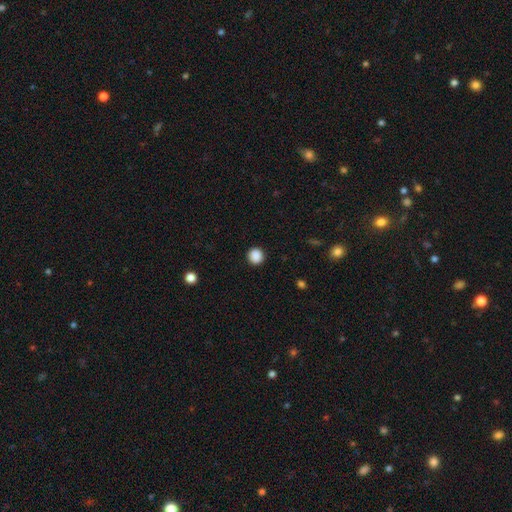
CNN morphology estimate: Q: Smooth or featured?
A: smooth (88%); runner-up: star or artifact (9%)
Q: How rounded?
A: round (92%); runner-up: in between (7%)
Q: Merging?
A: none (91%); runner-up: minor disturbance (6%)